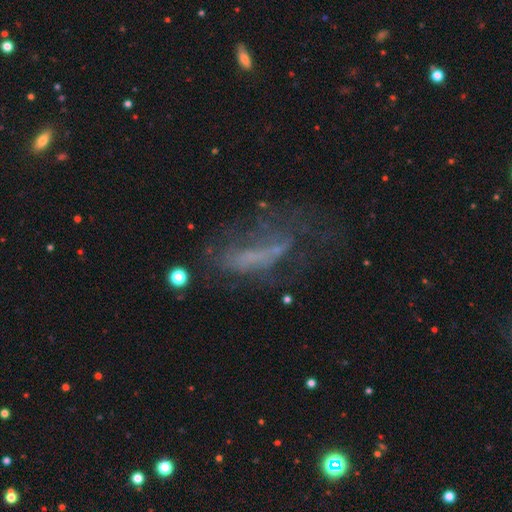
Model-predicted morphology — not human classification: The model was most divided on "merging": major disturbance: 37%, none: 36%, minor disturbance: 21%, merger: 5%. Remaining: smooth or featured — featured or disk (45%).